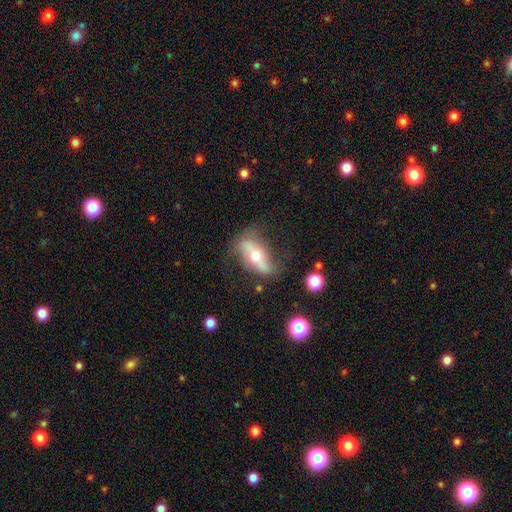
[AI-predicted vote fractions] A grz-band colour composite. It shows a featured or disk galaxy (61%). Merging: none (61%).